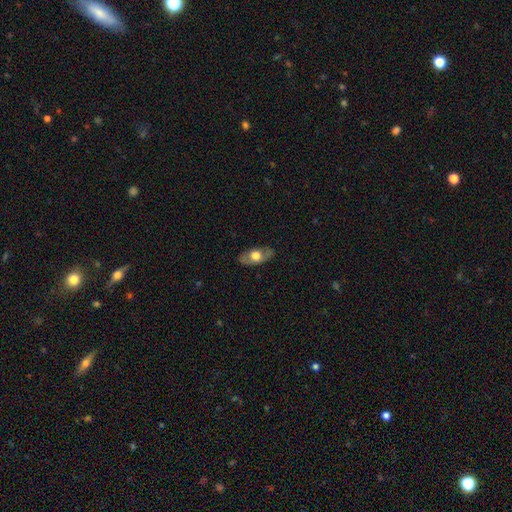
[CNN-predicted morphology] Q: Smooth or featured?
A: smooth (54%); runner-up: featured or disk (40%)
Q: How rounded?
A: in between (86%); runner-up: cigar-shaped (7%)
Q: Merging?
A: none (82%); runner-up: minor disturbance (14%)